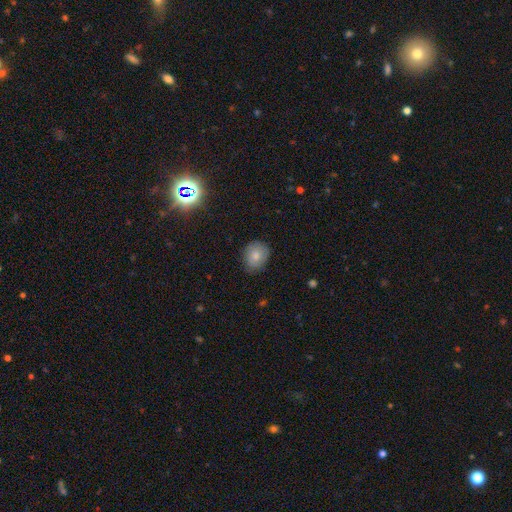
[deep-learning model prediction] A smooth galaxy with no disk features (78%) that is round (62%).

Vote fractions:
- Smooth or featured? smooth: 78% / featured or disk: 13% / star or artifact: 9%
- How rounded? round: 62% / in between: 37% / cigar-shaped: 1%
- Merging? none: 80% / minor disturbance: 16% / major disturbance: 3% / merger: 1%